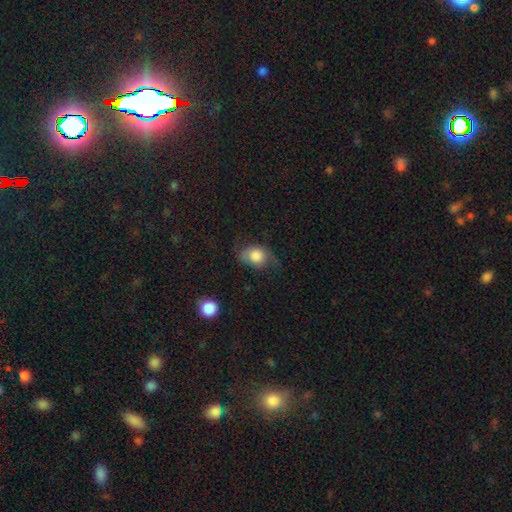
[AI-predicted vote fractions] This is likely a smooth galaxy (76%). How rounded: possibly round (51%). Merging: possibly none (49%).